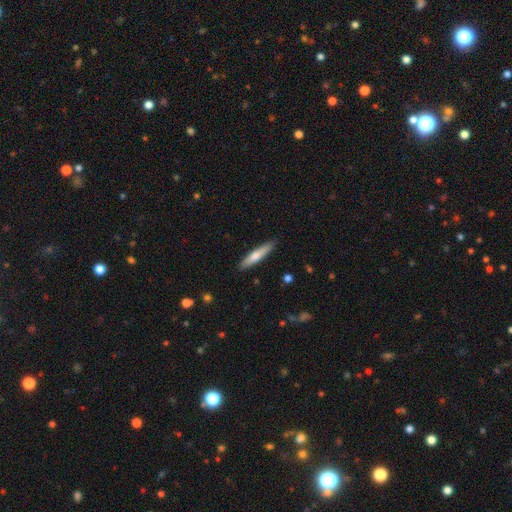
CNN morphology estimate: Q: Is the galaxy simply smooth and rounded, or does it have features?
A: smooth — 67%.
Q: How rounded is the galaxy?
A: cigar-shaped — 88%.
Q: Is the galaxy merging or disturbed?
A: none — 88%.